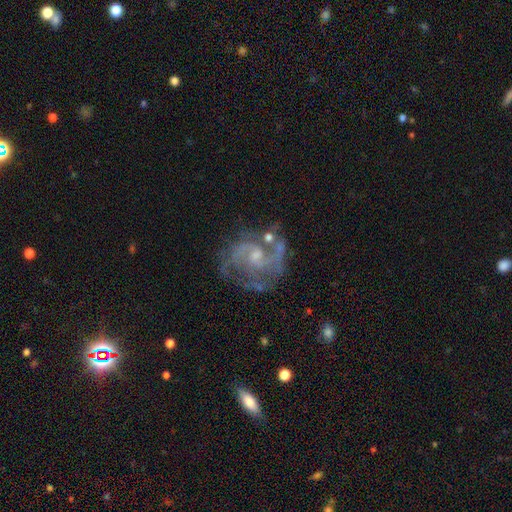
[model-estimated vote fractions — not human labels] Smooth or featured? Predicted: featured or disk (p=0.78). Edge-on disk? Predicted: no (p=0.98). Bar? Predicted: no (p=0.56). Spiral arms? Predicted: yes (p=0.89). Spiral winding? Predicted: medium (p=0.45). Spiral arm count? Predicted: 2 (p=0.44). Bulge size? Predicted: small (p=0.61). Merging? Predicted: none (p=0.63).